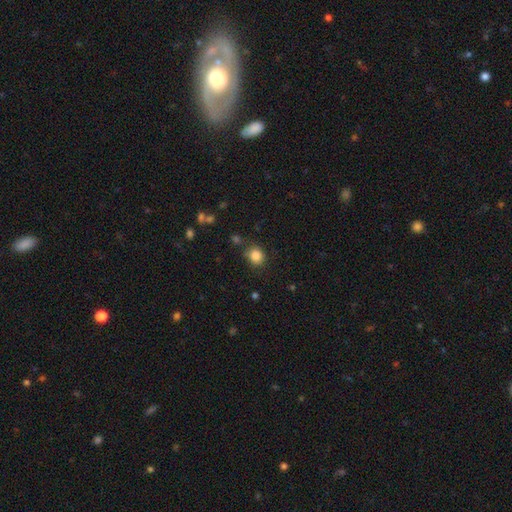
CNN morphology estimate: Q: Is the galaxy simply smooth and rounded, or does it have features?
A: smooth — 85%.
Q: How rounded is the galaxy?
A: round — 78%.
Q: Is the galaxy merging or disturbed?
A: none — 78%.